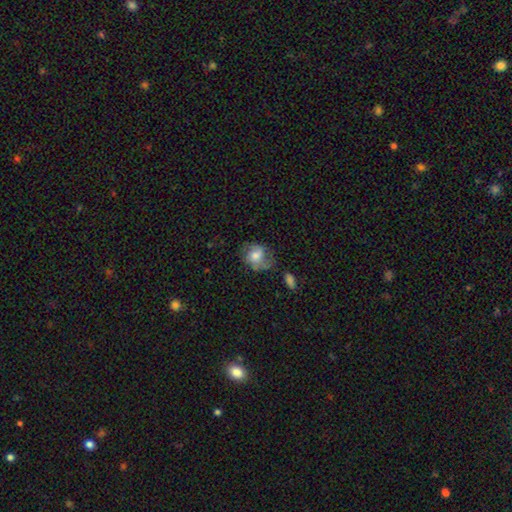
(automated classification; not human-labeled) Morphology: type=featured or disk (47%); merging=none (53%).